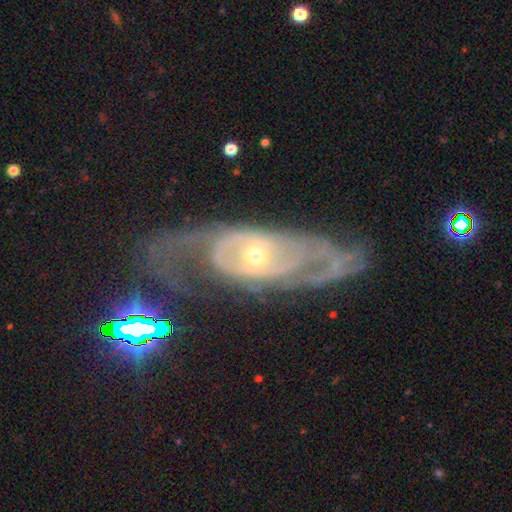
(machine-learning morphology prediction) Smooth or featured?
  - featured or disk: 83% *
  - smooth: 11%
  - star or artifact: 6%
Edge-on disk?
  - no: 90% *
  - yes: 10%
Bar?
  - no: 73% *
  - weak: 20%
  - strong: 8%
Spiral arms?
  - yes: 79% *
  - no: 21%
Spiral winding?
  - tight: 47% *
  - medium: 33%
  - loose: 20%
Spiral arm count?
  - 2: 49% *
  - can't tell: 30%
  - 1: 7%
  - 3: 7%
  - 4: 4%
  - more than 4: 4%
Bulge size?
  - small: 49% *
  - moderate: 46%
  - large: 3%
  - none: 1%
  - dominant: 1%
Merging?
  - none: 52% *
  - major disturbance: 25%
  - minor disturbance: 19%
  - merger: 4%